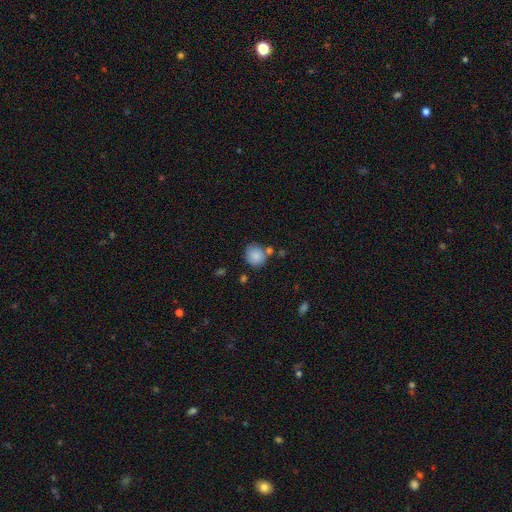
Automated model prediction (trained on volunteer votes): smooth 86%, star or artifact 8%, featured or disk 6%. Down the decision tree: how rounded — round (80%); merging — none (68%).